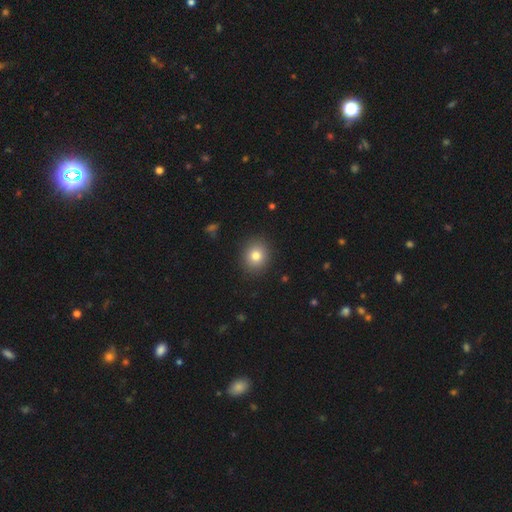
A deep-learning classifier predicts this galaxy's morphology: type=smooth (80%); roundness=round (77%); merging=none (90%).